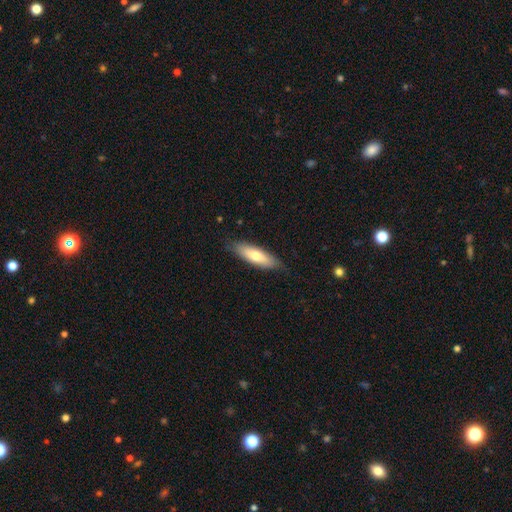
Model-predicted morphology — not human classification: A smooth galaxy with no disk features (67%) that is in between round and cigar-shaped (51%).

Vote fractions:
- Smooth or featured? smooth: 67% / featured or disk: 28% / star or artifact: 6%
- How rounded? in between: 51% / cigar-shaped: 48% / round: 2%
- Merging? none: 81% / minor disturbance: 15% / major disturbance: 3% / merger: 1%